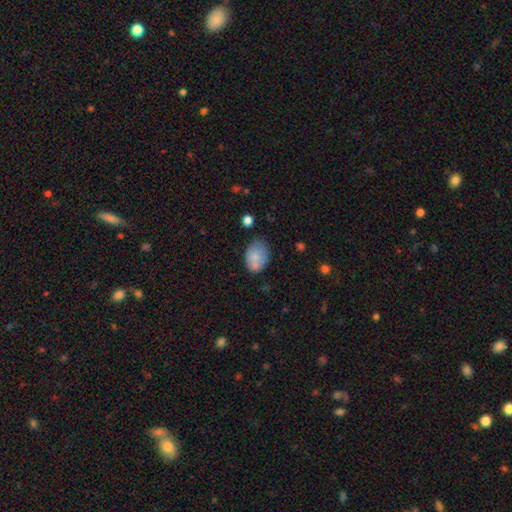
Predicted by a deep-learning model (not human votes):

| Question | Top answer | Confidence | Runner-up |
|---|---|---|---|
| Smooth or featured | smooth | 76% | featured or disk (16%) |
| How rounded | in between | 79% | round (20%) |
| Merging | none | 56% | minor disturbance (26%) |